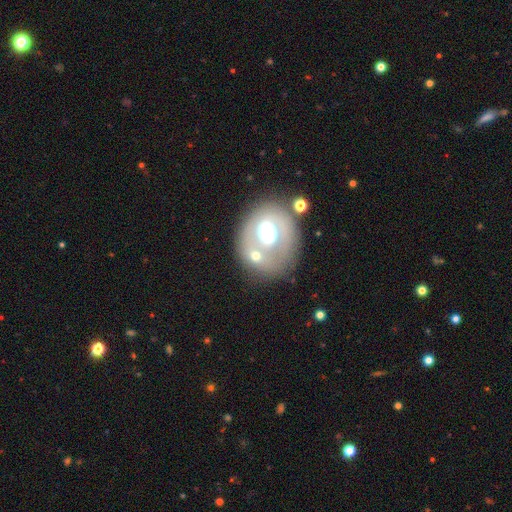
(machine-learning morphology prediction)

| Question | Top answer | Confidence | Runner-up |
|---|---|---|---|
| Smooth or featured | featured or disk | 45% | smooth (41%) |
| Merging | none | 50% | merger (20%) |